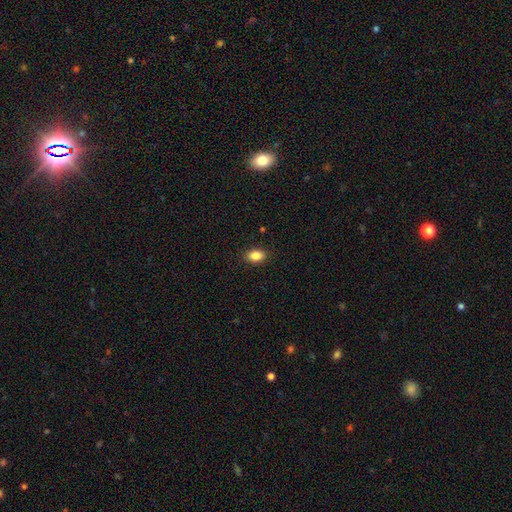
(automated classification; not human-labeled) Smooth or featured?
  - smooth: 86% *
  - star or artifact: 9%
  - featured or disk: 5%
How rounded?
  - in between: 85% *
  - round: 14%
  - cigar-shaped: 2%
Merging?
  - none: 89% *
  - minor disturbance: 8%
  - major disturbance: 2%
  - merger: 1%